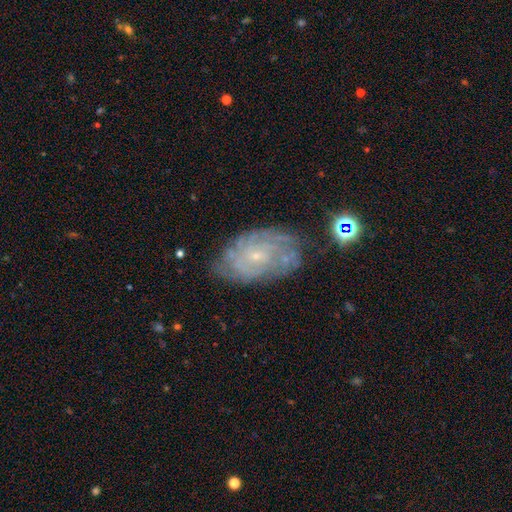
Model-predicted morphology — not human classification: Smooth or featured? Predicted: featured or disk (p=0.76). Edge-on disk? Predicted: no (p=0.96). Bar? Predicted: no (p=0.74). Spiral arms? Predicted: yes (p=0.88). Spiral winding? Predicted: tight (p=0.70). Spiral arm count? Predicted: can't tell (p=0.53). Bulge size? Predicted: small (p=0.81). Merging? Predicted: none (p=0.68).